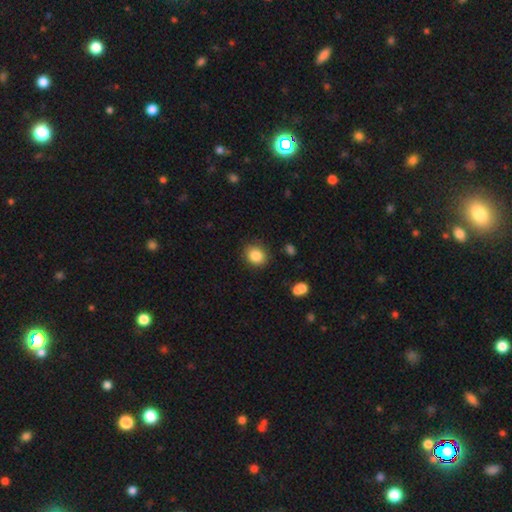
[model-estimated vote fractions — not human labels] Smooth or featured: smooth — 86% (star or artifact — 9%)
How rounded: round — 70% (in between — 30%)
Merging: none — 86% (minor disturbance — 10%)